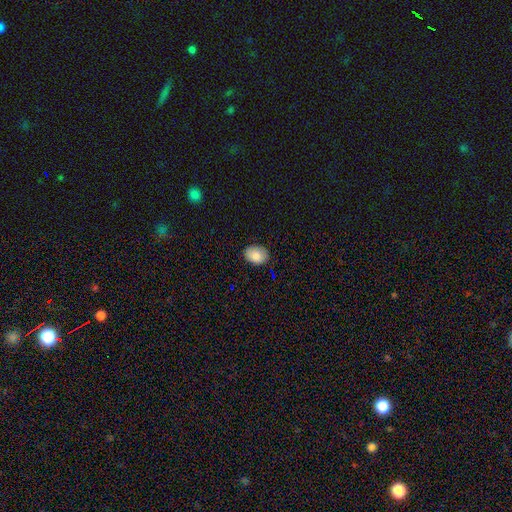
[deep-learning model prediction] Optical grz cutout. It shows a smooth galaxy with no disk features (85%) that is in between round and cigar-shaped (68%). Merging: none (83%).